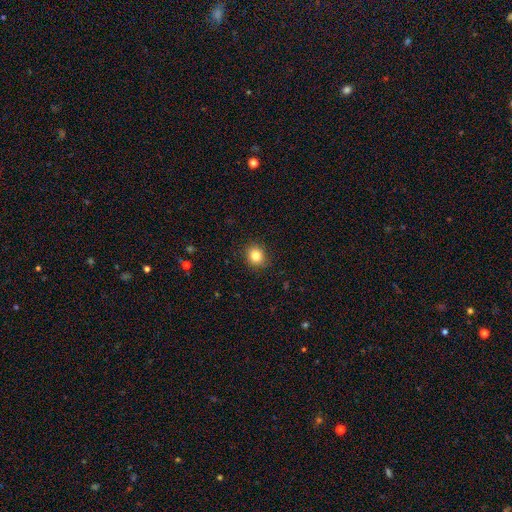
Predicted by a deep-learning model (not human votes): Overall: smooth (83%). How rounded: round (79%). Merging: none (89%).